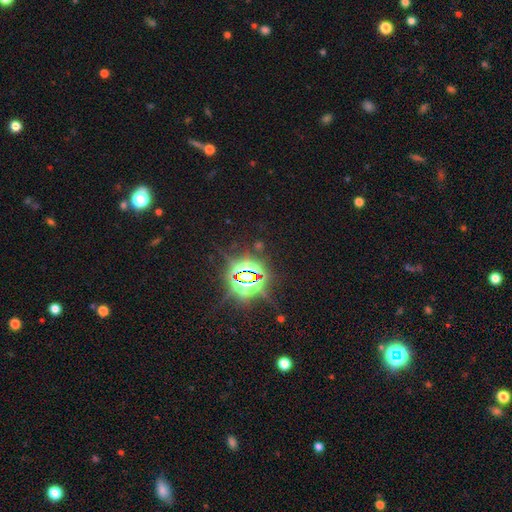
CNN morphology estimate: The model was most divided on "smooth or featured": star or artifact: 83%, smooth: 10%, featured or disk: 6%.